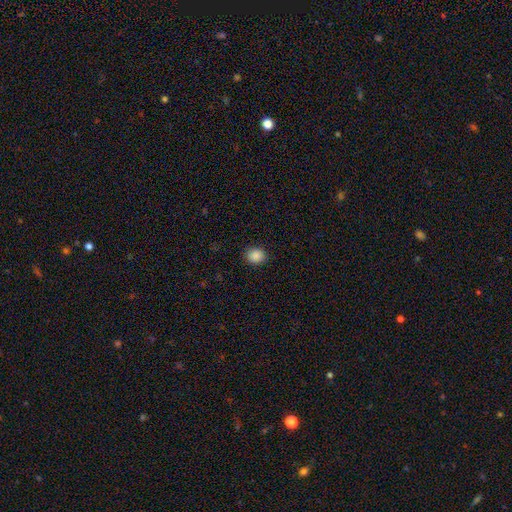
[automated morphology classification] smooth-or-featured: smooth: 88% | star or artifact: 10% | featured or disk: 3%
  how-rounded: round: 74% | in between: 25% | cigar-shaped: 1%
  merging: none: 90% | minor disturbance: 7% | major disturbance: 2% | merger: 1%